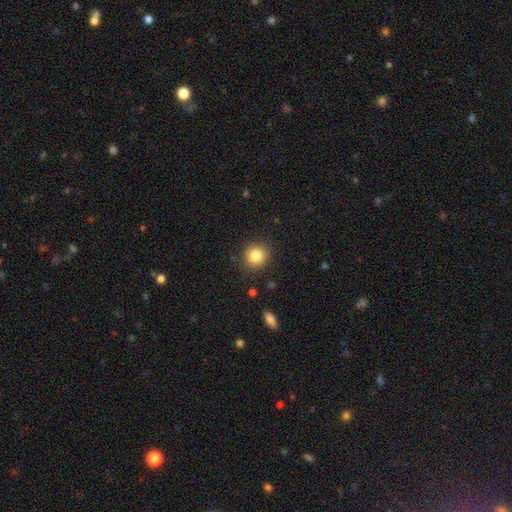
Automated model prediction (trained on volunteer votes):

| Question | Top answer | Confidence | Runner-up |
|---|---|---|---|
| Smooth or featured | smooth | 84% | star or artifact (10%) |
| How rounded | round | 88% | in between (11%) |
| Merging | none | 89% | minor disturbance (7%) |